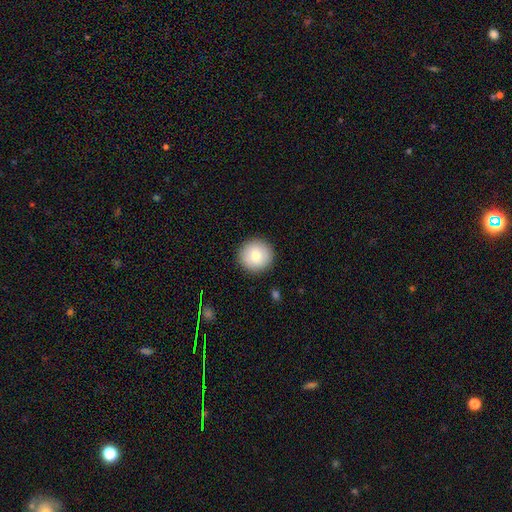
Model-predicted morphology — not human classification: smooth-or-featured: smooth: 80% | featured or disk: 12% | star or artifact: 8%
  how-rounded: round: 95% | in between: 4% | cigar-shaped: 1%
  merging: none: 91% | minor disturbance: 6% | major disturbance: 2% | merger: 1%